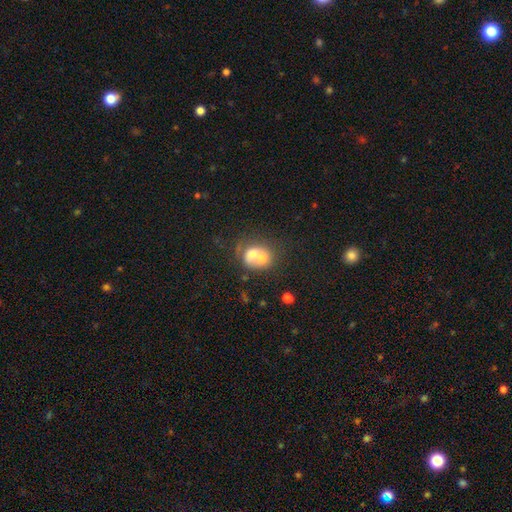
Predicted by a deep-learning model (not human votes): This appears to be a smooth galaxy with no disk features (62%) that is round (58%). Merging: merger (68%).